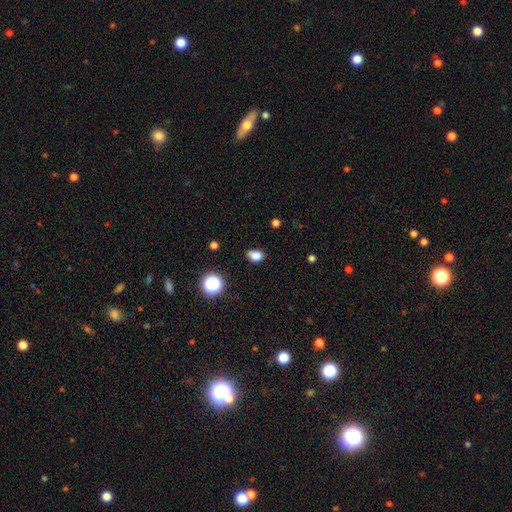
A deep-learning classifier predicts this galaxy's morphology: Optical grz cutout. It shows a smooth galaxy with no disk features (81%) that is in between round and cigar-shaped (66%). Merging: none (75%).